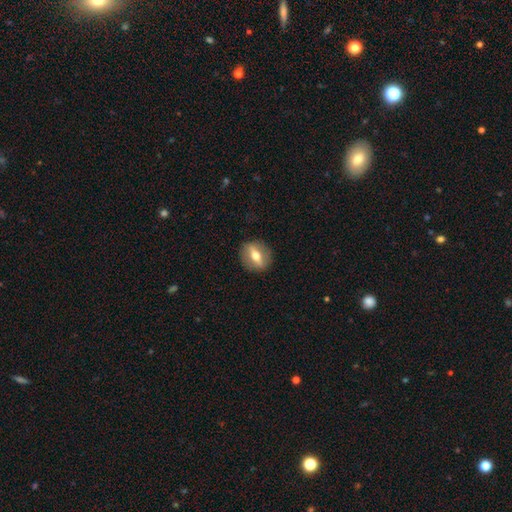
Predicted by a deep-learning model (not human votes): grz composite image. It shows a featured or disk galaxy (51%). Merging: none (88%).